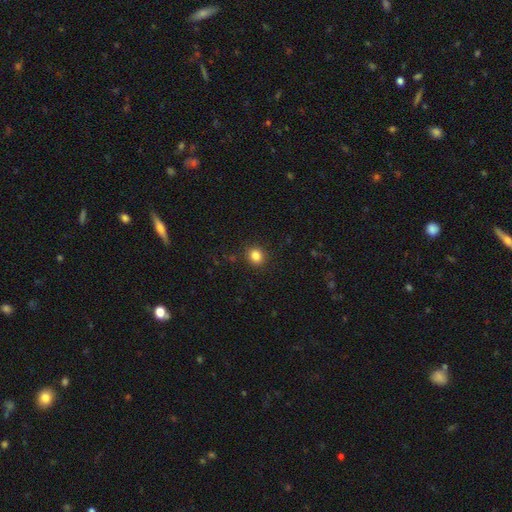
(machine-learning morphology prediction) The model was most divided on "how rounded": round: 76%, in between: 23%, cigar-shaped: 1%. More confident: merging — none (90%); smooth or featured — smooth (84%).